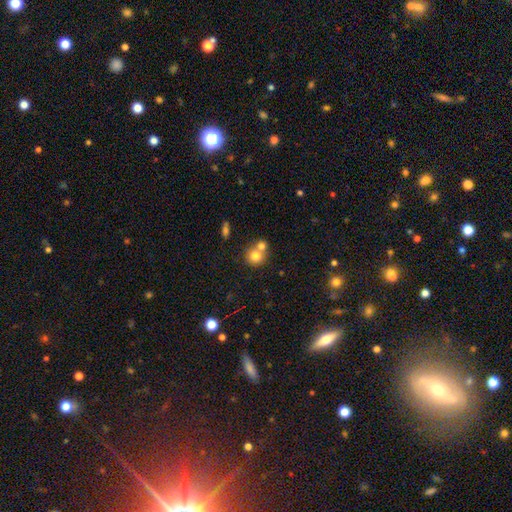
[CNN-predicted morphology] type=smooth (77%); roundness=round (85%); merging=merger (47%).